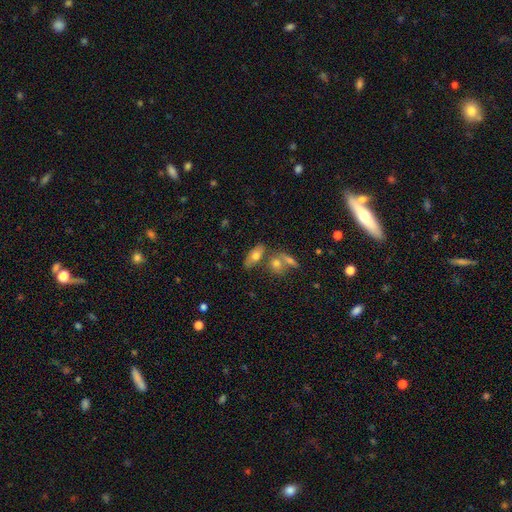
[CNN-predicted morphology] smooth-or-featured: smooth: 66% | featured or disk: 25% | star or artifact: 9%
  how-rounded: in between: 75% | cigar-shaped: 19% | round: 6%
  merging: none: 57% | merger: 24% | minor disturbance: 14% | major disturbance: 5%